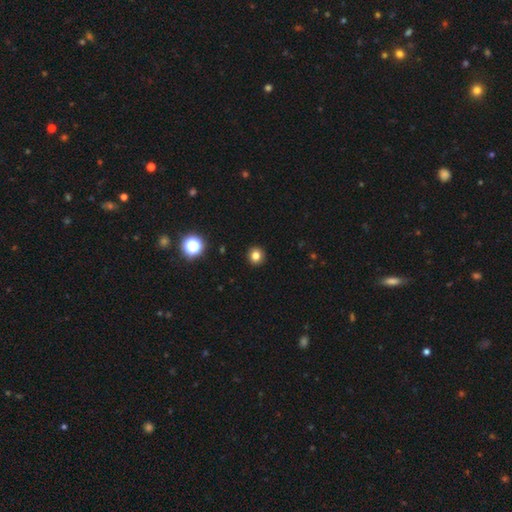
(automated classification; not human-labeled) smooth-or-featured: smooth: 81% | star or artifact: 14% | featured or disk: 6%
  how-rounded: round: 92% | in between: 8% | cigar-shaped: 1%
  merging: none: 93% | minor disturbance: 4% | major disturbance: 2% | merger: 1%